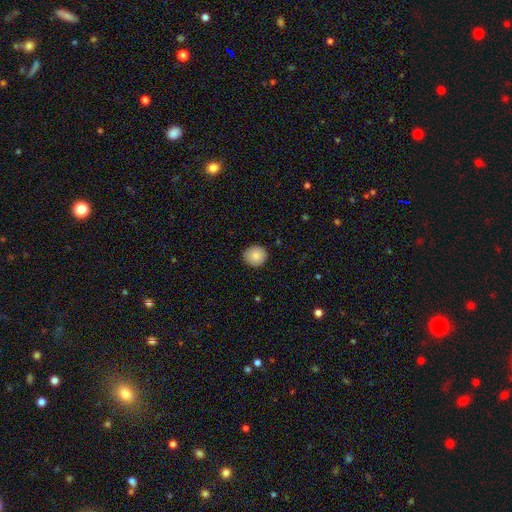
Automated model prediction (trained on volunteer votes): Smooth or featured: smooth — 86% (star or artifact — 8%)
How rounded: round — 92% (in between — 7%)
Merging: none — 90% (minor disturbance — 7%)